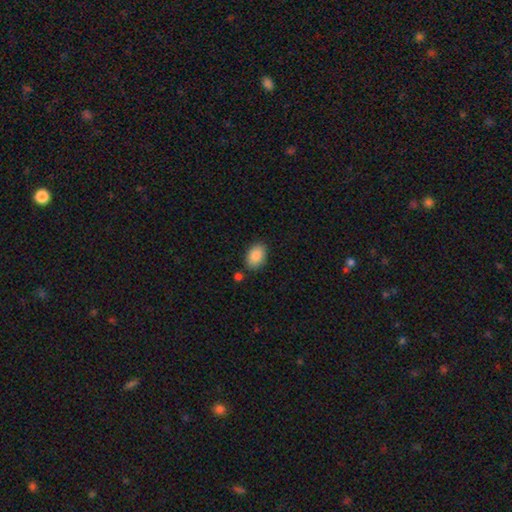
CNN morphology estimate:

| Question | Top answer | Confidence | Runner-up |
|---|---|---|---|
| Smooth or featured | smooth | 89% | star or artifact (7%) |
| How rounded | in between | 88% | round (11%) |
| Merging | none | 82% | minor disturbance (12%) |